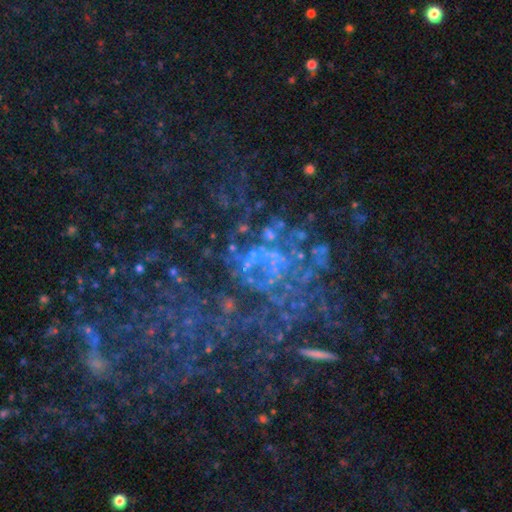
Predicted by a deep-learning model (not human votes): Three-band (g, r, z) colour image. It shows a featured or disk galaxy (52%) with no bar (83%), no spiral arms (64%) and no central bulge (64%). Merging: none (49%).